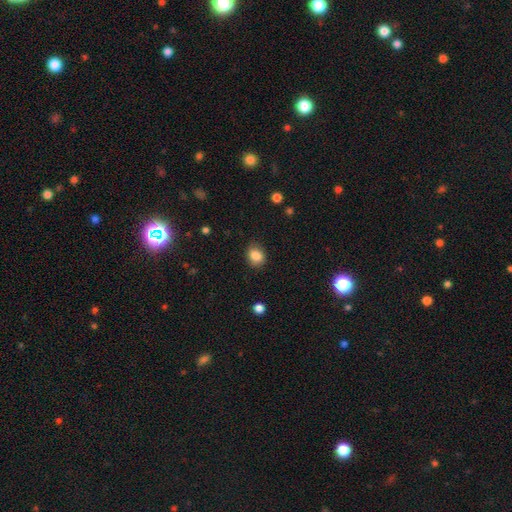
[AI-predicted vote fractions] Morphology: type=smooth (85%); roundness=round (53%); merging=none (80%).